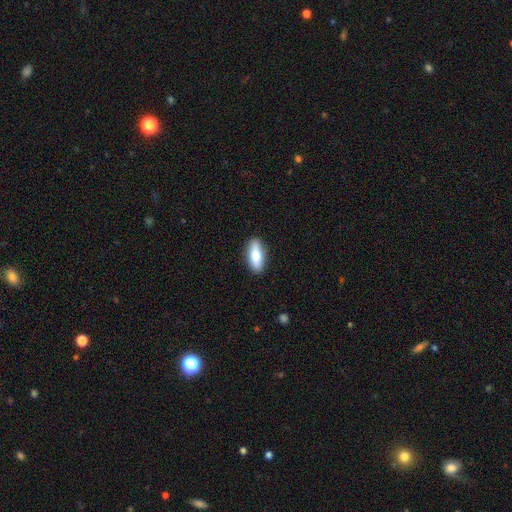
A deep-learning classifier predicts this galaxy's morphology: This appears to be a smooth galaxy with no disk features (71%) that is in between round and cigar-shaped (66%). Merging: none (89%).